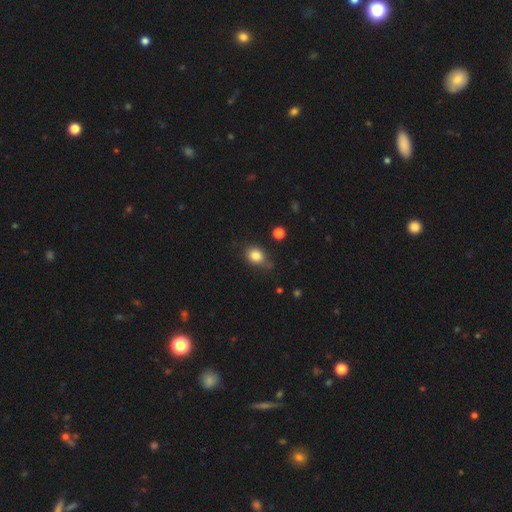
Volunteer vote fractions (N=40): Smooth or featured? 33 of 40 (82%) said smooth. How rounded? 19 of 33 (58%) said round. Merging? 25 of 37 (68%) said none.